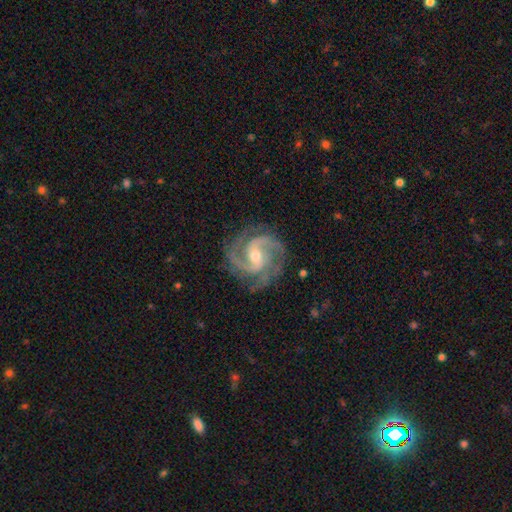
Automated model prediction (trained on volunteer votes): Q: Smooth or featured?
A: featured or disk (94%); runner-up: star or artifact (4%)
Q: Edge-on disk?
A: no (98%); runner-up: yes (2%)
Q: Bar?
A: weak (45%); runner-up: no (36%)
Q: Spiral arms?
A: yes (99%); runner-up: no (1%)
Q: Spiral winding?
A: medium (56%); runner-up: tight (37%)
Q: Spiral arm count?
A: 2 (49%); runner-up: 3 (35%)
Q: Bulge size?
A: moderate (50%); runner-up: small (47%)
Q: Merging?
A: none (80%); runner-up: minor disturbance (15%)